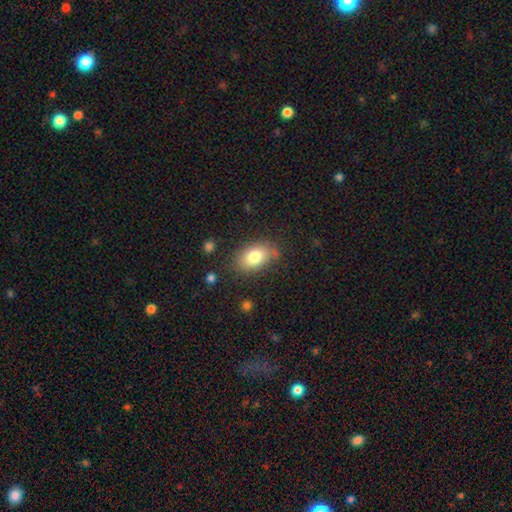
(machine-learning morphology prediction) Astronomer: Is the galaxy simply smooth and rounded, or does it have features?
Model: smooth — 78%.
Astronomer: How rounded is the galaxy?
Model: in between — 87%.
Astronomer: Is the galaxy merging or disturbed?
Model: none — 82%.